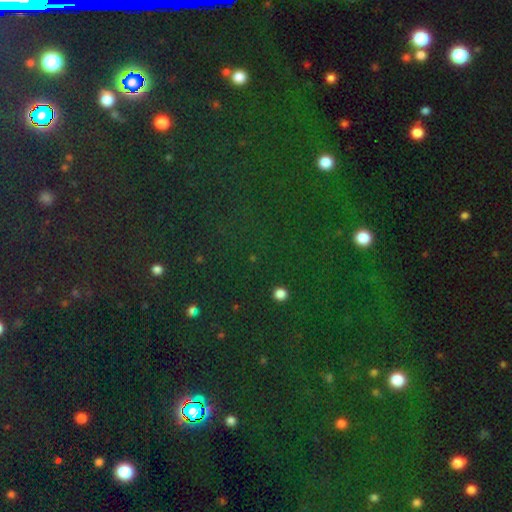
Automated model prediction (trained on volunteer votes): Smooth or featured? star or artifact (78%)